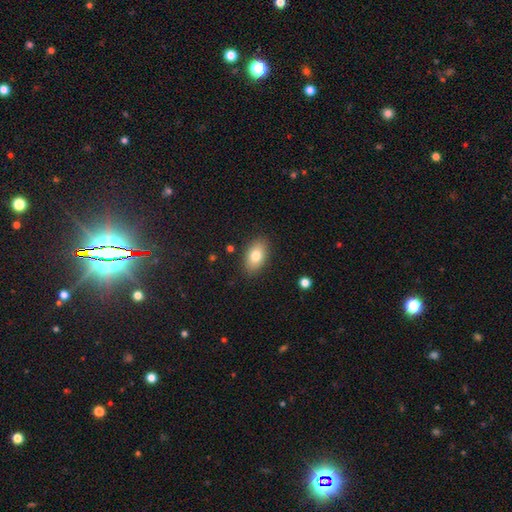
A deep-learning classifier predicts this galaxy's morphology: Overall: smooth (80%). How rounded: in between (90%). Merging: none (86%).